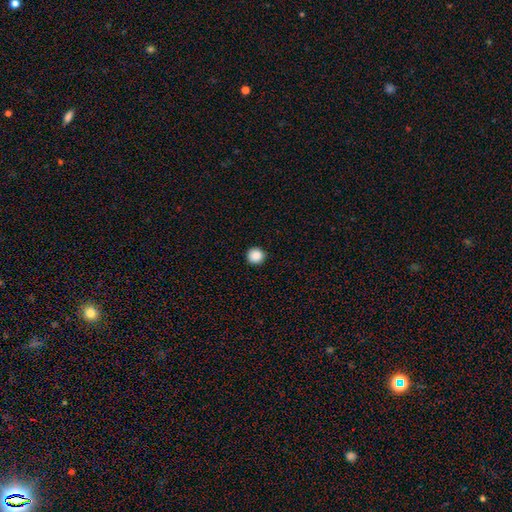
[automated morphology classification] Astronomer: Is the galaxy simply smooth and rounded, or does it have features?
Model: smooth — 88%.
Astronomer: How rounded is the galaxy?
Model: round — 96%.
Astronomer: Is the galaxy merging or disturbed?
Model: none — 93%.